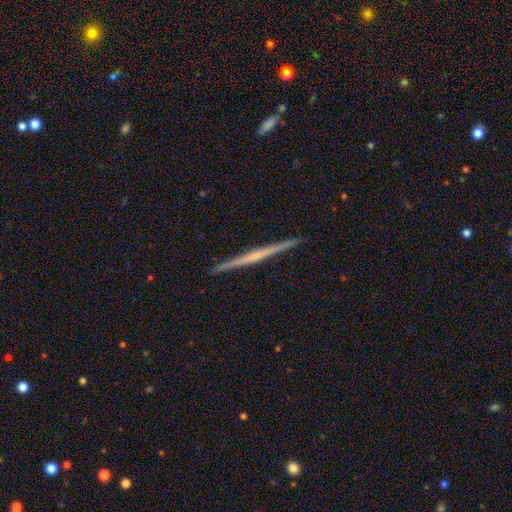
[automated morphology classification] A featured or disk galaxy (76%) viewed edge-on (99%) with no central bulge (52%). Merging: none (93%).